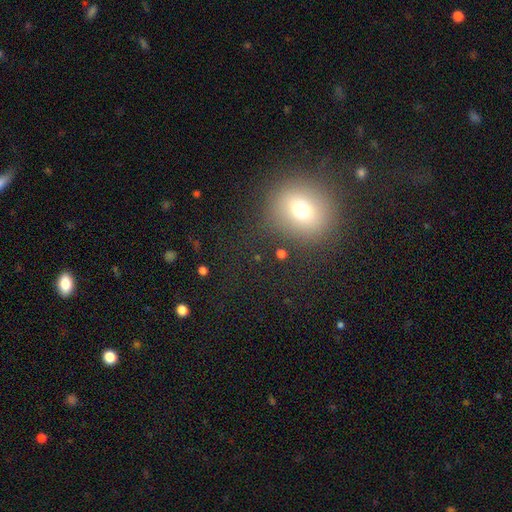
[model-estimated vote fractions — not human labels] A smooth galaxy with no disk features (63%) that is round (75%). Merging: none (80%).